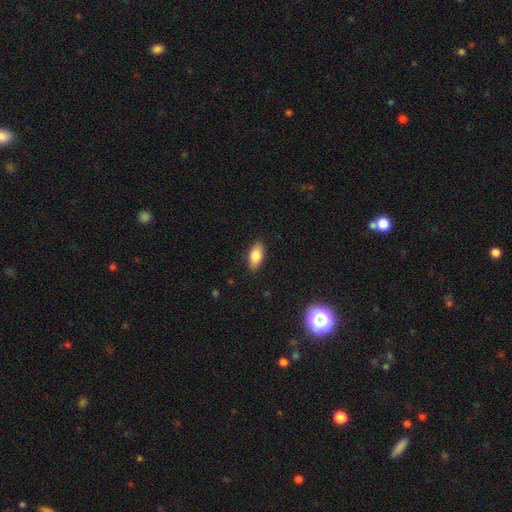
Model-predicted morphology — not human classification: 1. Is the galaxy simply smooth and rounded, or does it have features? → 81% smooth, 12% featured or disk, 7% star or artifact.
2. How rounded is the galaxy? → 89% in between, 8% cigar-shaped, 4% round.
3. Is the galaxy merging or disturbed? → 87% none, 10% minor disturbance, 2% major disturbance, 1% merger.